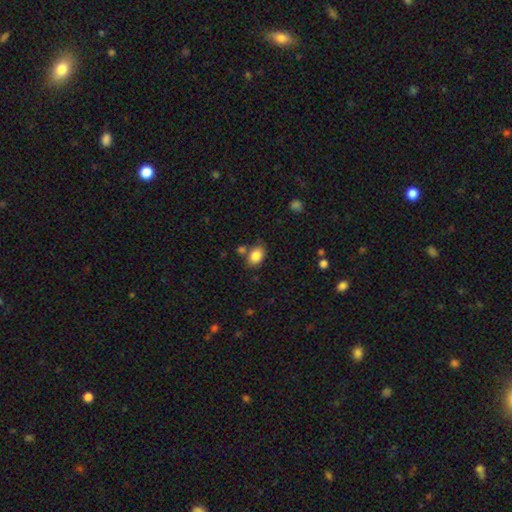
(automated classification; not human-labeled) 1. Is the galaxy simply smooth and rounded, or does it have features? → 86% smooth, 8% star or artifact, 6% featured or disk.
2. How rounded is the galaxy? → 78% in between, 21% round, 1% cigar-shaped.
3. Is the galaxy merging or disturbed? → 67% none, 16% minor disturbance, 13% merger, 4% major disturbance.